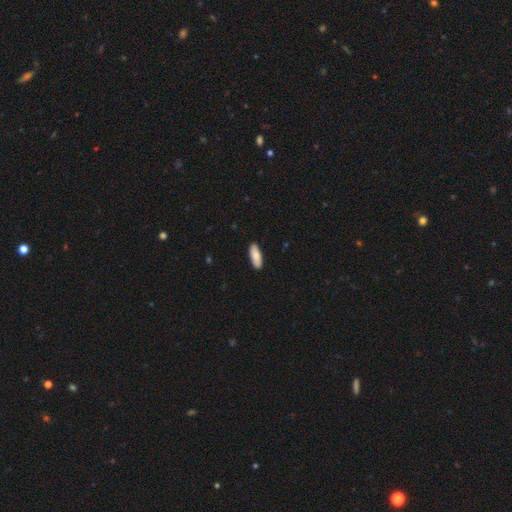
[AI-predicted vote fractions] Morphology: type=smooth (83%); roundness=in between (66%); merging=none (89%).